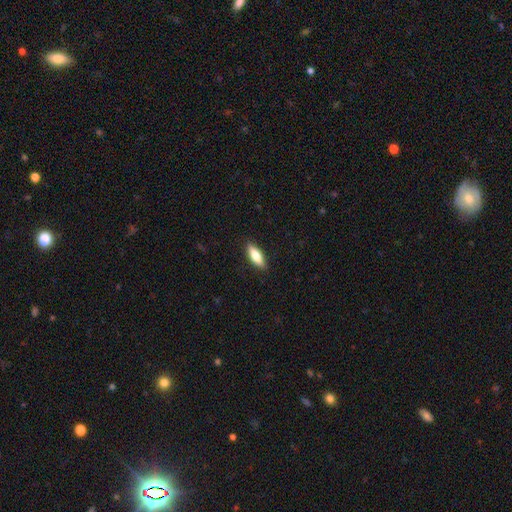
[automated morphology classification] smooth_or_featured: smooth (p=0.70) [alt: featured or disk p=0.24]
how_rounded: in between (p=0.57) [alt: cigar-shaped p=0.40]
merging: none (p=0.89) [alt: minor disturbance p=0.08]